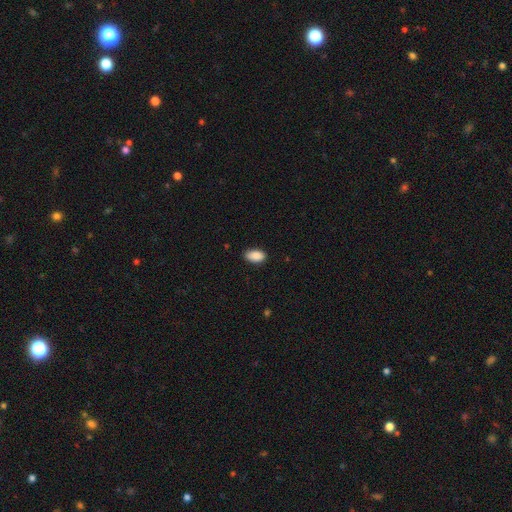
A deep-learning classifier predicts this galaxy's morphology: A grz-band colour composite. It shows a smooth galaxy with no disk features (90%) that is in between round and cigar-shaped (94%). Merging: none (85%).